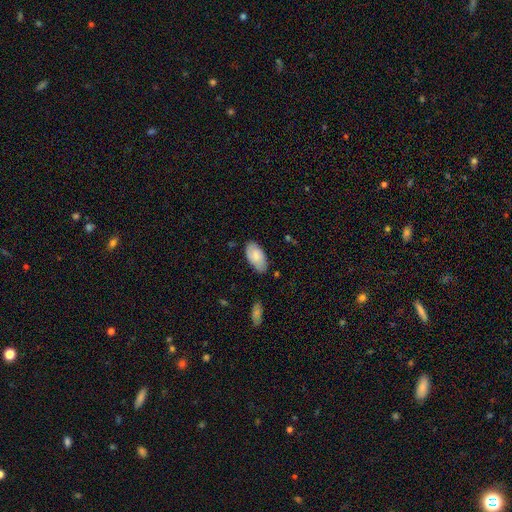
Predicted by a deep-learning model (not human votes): smooth-or-featured: smooth: 73% | featured or disk: 21% | star or artifact: 6%
  how-rounded: in between: 94% | round: 3% | cigar-shaped: 3%
  merging: none: 74% | minor disturbance: 20% | major disturbance: 3% | merger: 2%